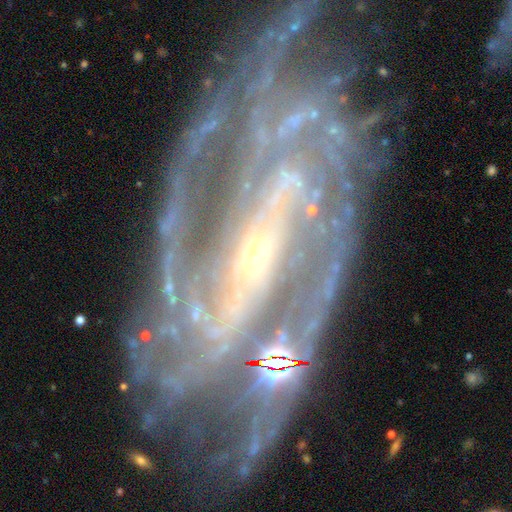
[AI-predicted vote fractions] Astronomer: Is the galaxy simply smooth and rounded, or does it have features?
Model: featured or disk — 91%.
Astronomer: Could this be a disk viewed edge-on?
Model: no — 96%.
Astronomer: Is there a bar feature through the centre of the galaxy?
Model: strong — 50% (runner-up: weak, 31%).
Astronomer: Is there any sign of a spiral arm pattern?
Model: yes — 97%.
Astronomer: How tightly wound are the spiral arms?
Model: tight — 46% (runner-up: medium, 40%).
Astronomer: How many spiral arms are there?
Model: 2 — 36% (runner-up: 3, 17%).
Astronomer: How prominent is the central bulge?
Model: small — 80%.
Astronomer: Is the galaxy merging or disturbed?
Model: none — 56%.